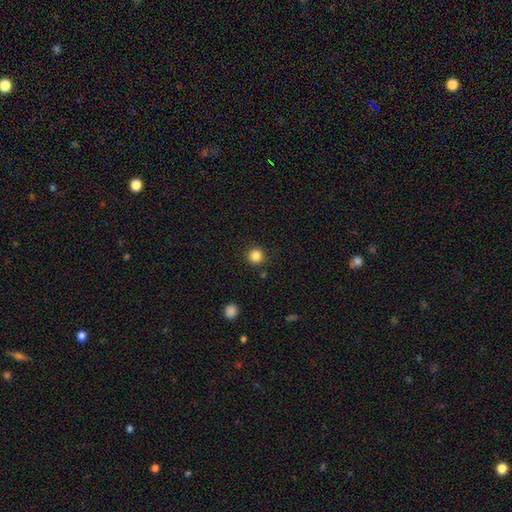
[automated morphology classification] Smooth or featured? Predicted: smooth (p=0.85). How rounded? Predicted: round (p=0.94). Merging? Predicted: none (p=0.90).